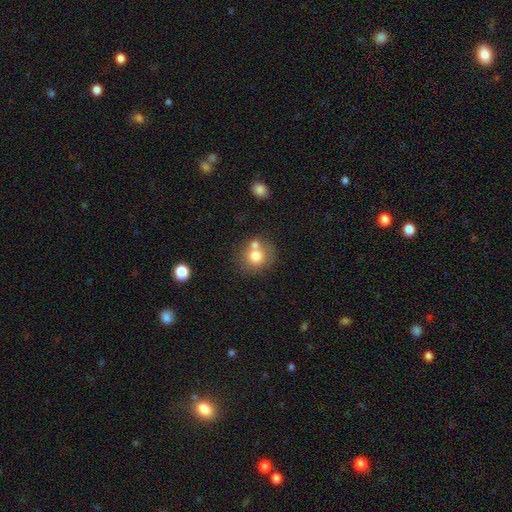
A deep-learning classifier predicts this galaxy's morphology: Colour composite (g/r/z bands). It shows a smooth galaxy with no disk features (74%) that is round (83%). Merging: none (52%).